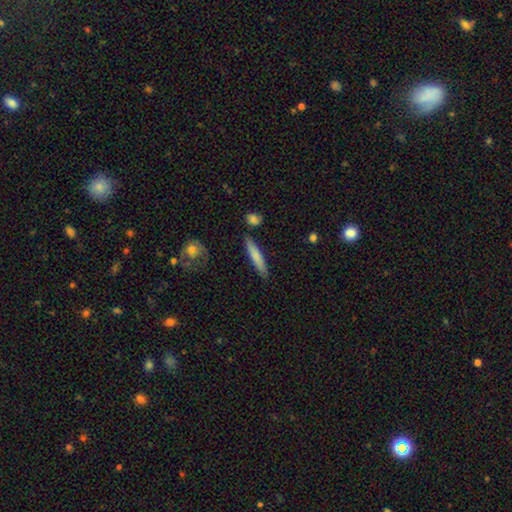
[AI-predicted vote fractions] Smooth or featured? Predicted: smooth (p=0.75). How rounded? Predicted: cigar-shaped (p=0.90). Merging? Predicted: none (p=0.85).